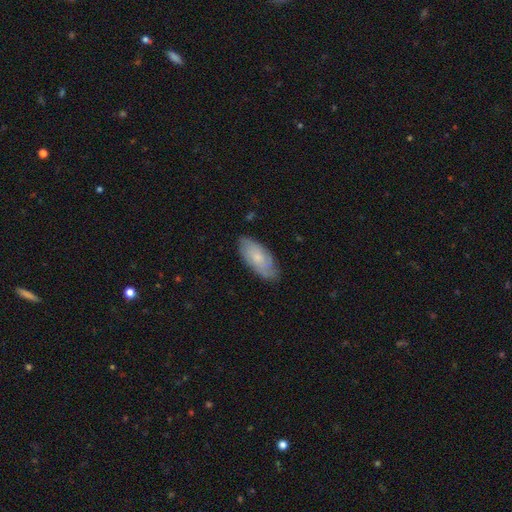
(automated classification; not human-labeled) A featured or disk galaxy (52%).

Vote fractions:
- Smooth or featured? featured or disk: 52% / smooth: 41% / star or artifact: 7%
- Edge-on disk? no: 89% / yes: 11%
- Merging? none: 79% / minor disturbance: 17% / major disturbance: 3% / merger: 1%